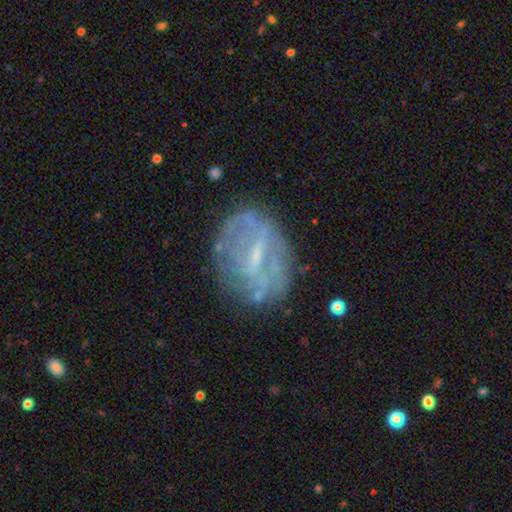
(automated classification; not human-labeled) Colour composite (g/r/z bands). It shows a featured or disk galaxy (67%) with a weak bar (48%), no spiral arms (57%) and a small central bulge (47%). Merging: none (67%).